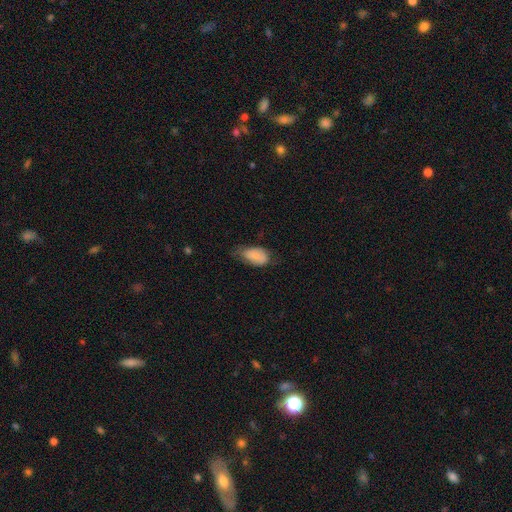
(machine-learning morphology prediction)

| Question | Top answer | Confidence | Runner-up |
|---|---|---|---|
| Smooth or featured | smooth | 78% | featured or disk (15%) |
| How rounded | in between | 92% | round (6%) |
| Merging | minor disturbance | 44% | none (38%) |